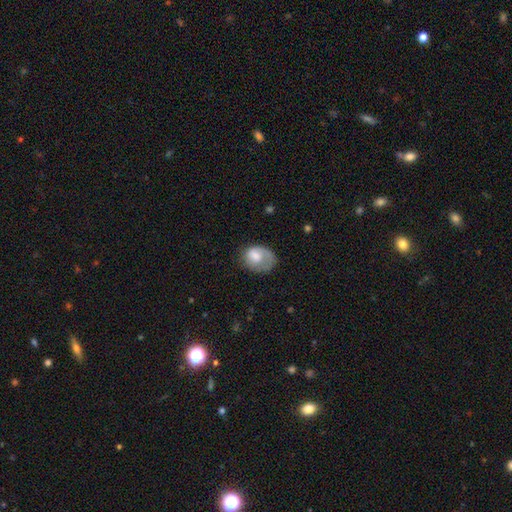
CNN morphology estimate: A smooth galaxy with no disk features (63%) that is in between round and cigar-shaped (59%).

Vote fractions:
- Smooth or featured? smooth: 63% / featured or disk: 30% / star or artifact: 7%
- How rounded? in between: 59% / round: 40% / cigar-shaped: 1%
- Merging? none: 40% / major disturbance: 29% / minor disturbance: 28% / merger: 2%